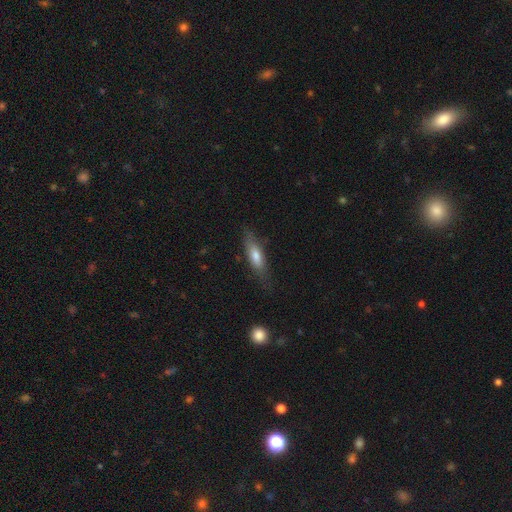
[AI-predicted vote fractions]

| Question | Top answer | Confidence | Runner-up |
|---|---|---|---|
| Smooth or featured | smooth | 62% | featured or disk (31%) |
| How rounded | cigar-shaped | 59% | in between (39%) |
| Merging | none | 72% | minor disturbance (20%) |